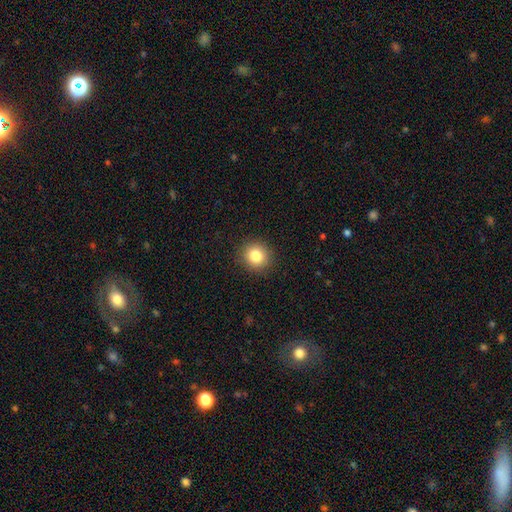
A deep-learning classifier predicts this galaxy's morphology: smooth-or-featured: smooth: 83% | star or artifact: 11% | featured or disk: 7%
  how-rounded: round: 89% | in between: 10% | cigar-shaped: 1%
  merging: none: 91% | minor disturbance: 6% | major disturbance: 2% | merger: 1%